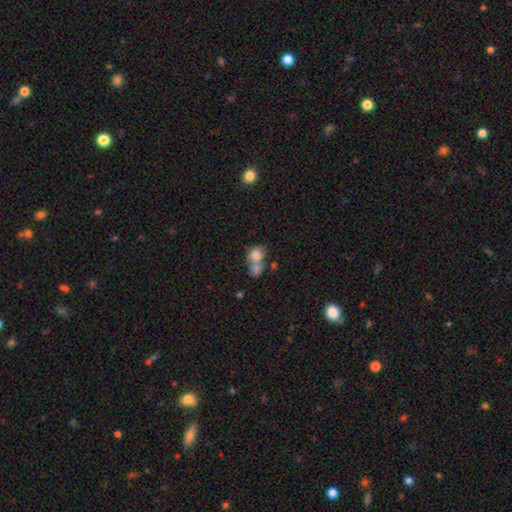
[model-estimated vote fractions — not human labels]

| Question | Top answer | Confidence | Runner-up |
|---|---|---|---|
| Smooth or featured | smooth | 77% | featured or disk (14%) |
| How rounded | round | 55% | in between (44%) |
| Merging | merger | 64% | none (22%) |